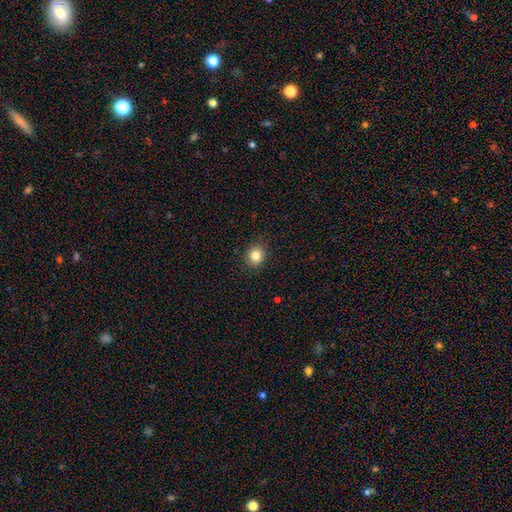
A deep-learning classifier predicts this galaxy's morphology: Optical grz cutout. It shows a smooth galaxy with no disk features (83%) that is round (78%). Merging: none (89%).